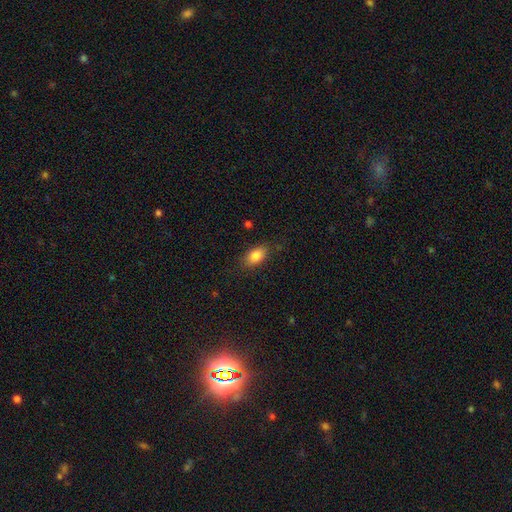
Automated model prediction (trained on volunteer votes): Smooth or featured: smooth — 84% (star or artifact — 8%)
How rounded: in between — 88% (round — 8%)
Merging: none — 82% (minor disturbance — 14%)